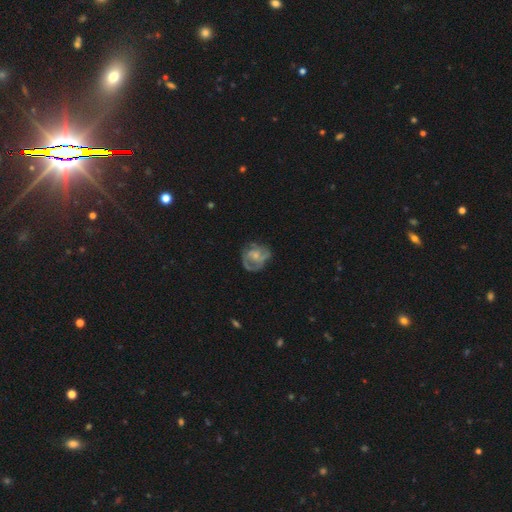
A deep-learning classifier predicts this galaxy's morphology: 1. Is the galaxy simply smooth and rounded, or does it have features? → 73% featured or disk, 20% smooth, 7% star or artifact.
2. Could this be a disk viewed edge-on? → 98% no, 2% yes.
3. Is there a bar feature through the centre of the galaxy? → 67% no, 28% weak, 5% strong.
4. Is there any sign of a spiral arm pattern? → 82% yes, 18% no.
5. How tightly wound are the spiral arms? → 45% medium, 36% tight, 19% loose.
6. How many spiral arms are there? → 32% 2, 27% can't tell, 26% 3, 6% 1, 5% 4, 4% more than 4.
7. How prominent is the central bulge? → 57% small, 31% moderate, 9% none, 2% large, 1% dominant.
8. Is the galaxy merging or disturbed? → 58% none, 23% minor disturbance, 17% major disturbance, 2% merger.